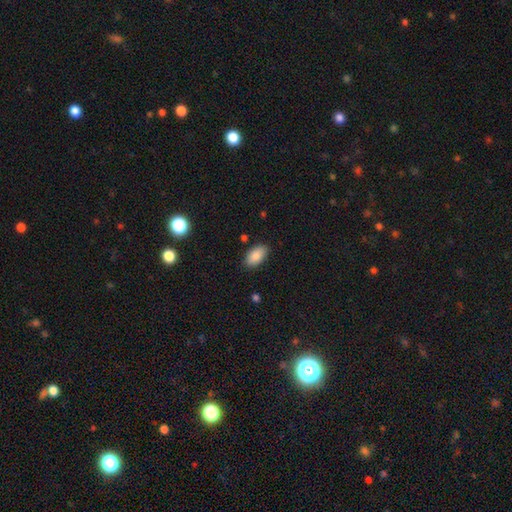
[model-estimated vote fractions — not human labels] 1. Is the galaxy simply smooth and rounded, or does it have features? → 88% smooth, 7% star or artifact, 5% featured or disk.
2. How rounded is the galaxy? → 94% in between, 4% round, 2% cigar-shaped.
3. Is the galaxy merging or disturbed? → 85% none, 12% minor disturbance, 2% major disturbance, 1% merger.